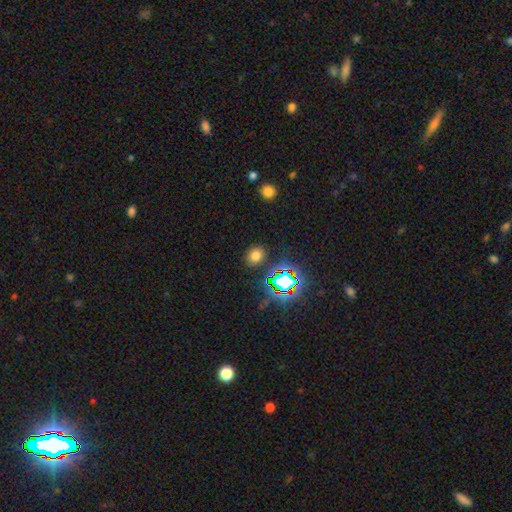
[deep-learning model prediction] This appears to be a smooth galaxy with no disk features (67%) that is round (57%). Merging: none (86%).